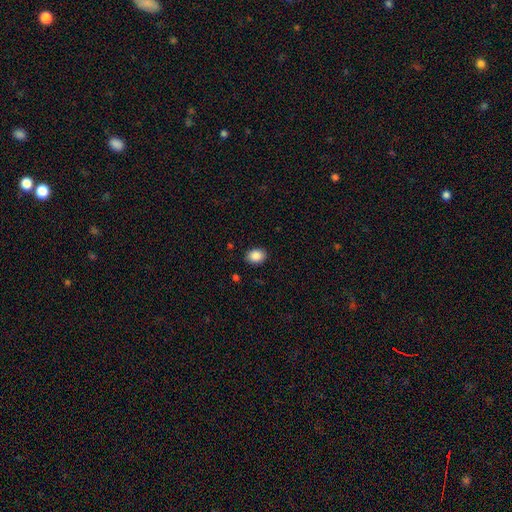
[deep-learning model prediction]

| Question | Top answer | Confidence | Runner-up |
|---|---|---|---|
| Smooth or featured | smooth | 88% | star or artifact (8%) |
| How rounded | in between | 58% | round (41%) |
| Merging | none | 88% | minor disturbance (8%) |